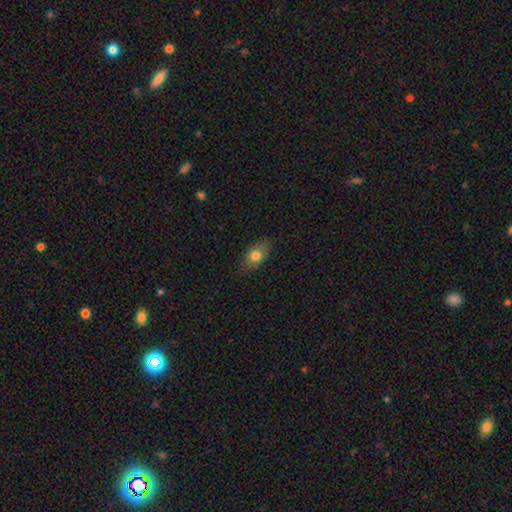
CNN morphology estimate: smooth_or_featured: smooth (p=0.75) [alt: featured or disk p=0.17]
how_rounded: in between (p=0.83) [alt: round p=0.11]
merging: none (p=0.82) [alt: minor disturbance p=0.14]